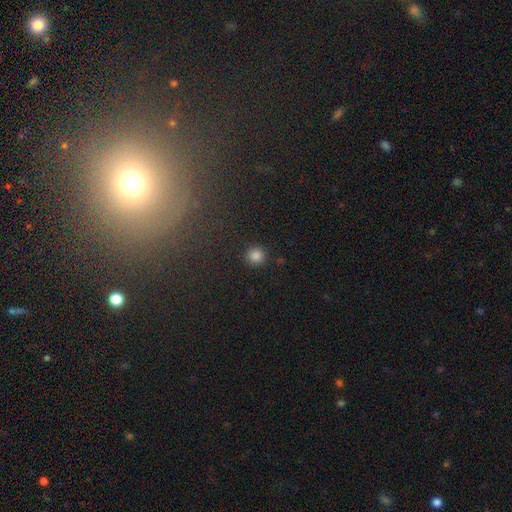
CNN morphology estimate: Smooth or featured: smooth — 84% (star or artifact — 12%)
How rounded: round — 95% (in between — 4%)
Merging: none — 91% (minor disturbance — 6%)